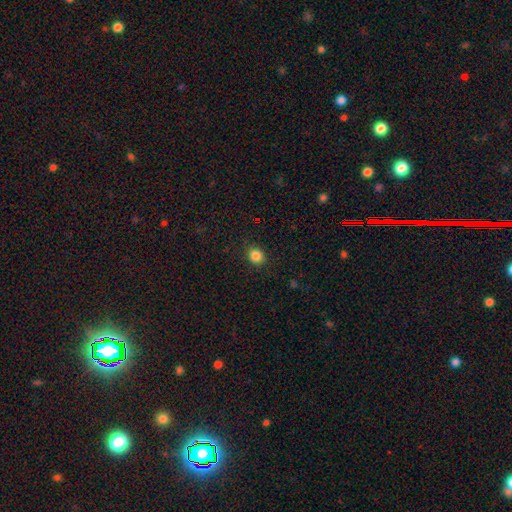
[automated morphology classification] Smooth or featured? Predicted: smooth (p=0.84). How rounded? Predicted: round (p=0.77). Merging? Predicted: none (p=0.89).